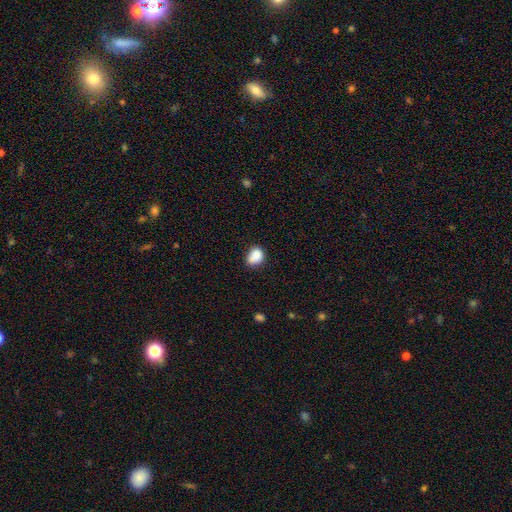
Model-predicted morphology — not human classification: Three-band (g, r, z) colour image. It shows a smooth galaxy with no disk features (84%) that is in between round and cigar-shaped (54%). Merging: none (55%).